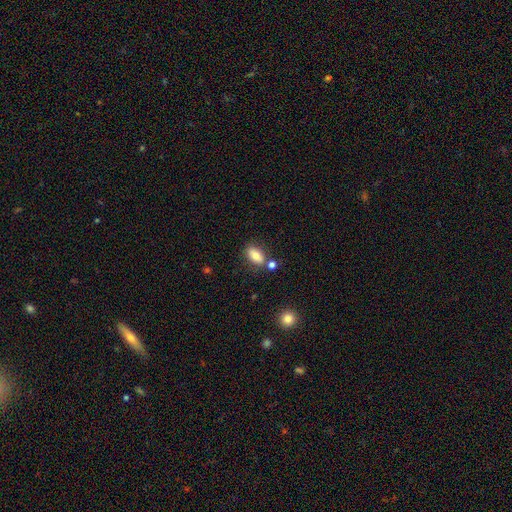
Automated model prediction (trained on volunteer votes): Smooth or featured? Predicted: smooth (p=0.82). How rounded? Predicted: in between (p=0.87). Merging? Predicted: none (p=0.70).